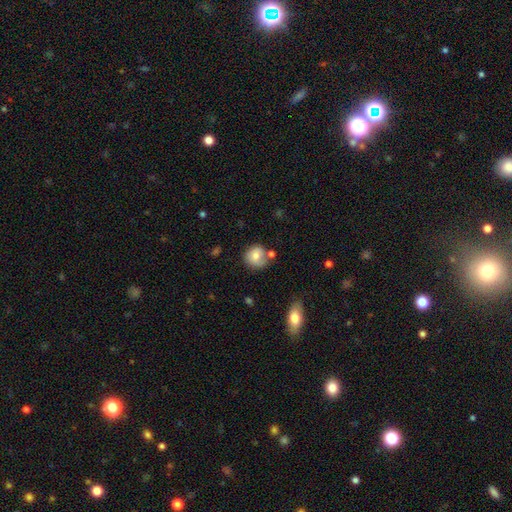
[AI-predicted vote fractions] smooth 73%, featured or disk 18%, star or artifact 9%. Down the decision tree: how rounded — round (88%); merging — none (65%).